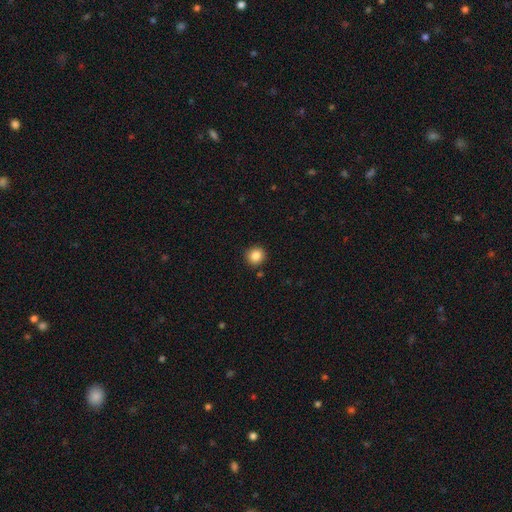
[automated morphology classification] A smooth galaxy with no disk features (85%) that is round (92%).

Vote fractions:
- Smooth or featured? smooth: 85% / star or artifact: 10% / featured or disk: 5%
- How rounded? round: 92% / in between: 7% / cigar-shaped: 1%
- Merging? none: 90% / minor disturbance: 6% / merger: 2% / major disturbance: 2%